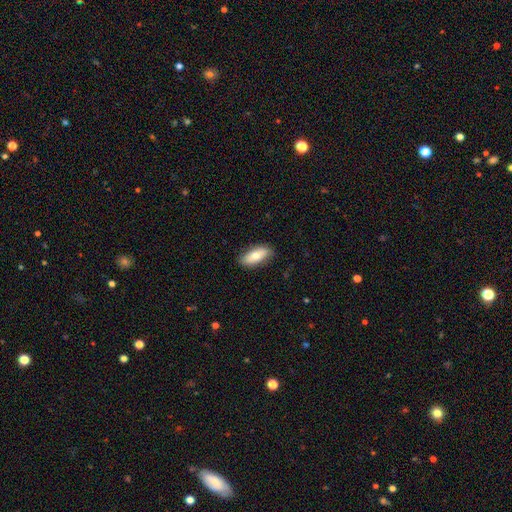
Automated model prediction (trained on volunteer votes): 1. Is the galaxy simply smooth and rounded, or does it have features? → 71% smooth, 23% featured or disk, 6% star or artifact.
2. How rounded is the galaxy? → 82% in between, 15% cigar-shaped, 3% round.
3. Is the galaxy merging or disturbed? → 85% none, 12% minor disturbance, 2% major disturbance, 1% merger.